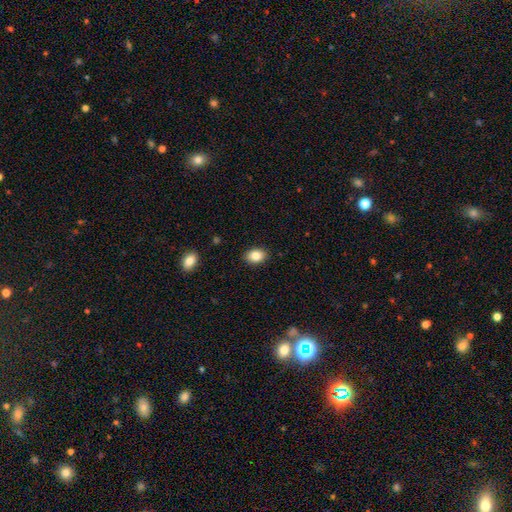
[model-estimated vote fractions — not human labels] smooth 85%, star or artifact 8%, featured or disk 7%. Down the decision tree: how rounded — in between (77%); merging — none (89%).